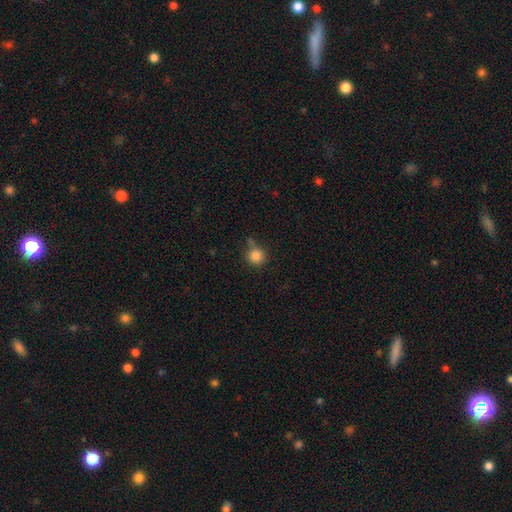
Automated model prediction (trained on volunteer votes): Smooth or featured? smooth (85%)
How rounded? round (93%)
Merging? none (68%)